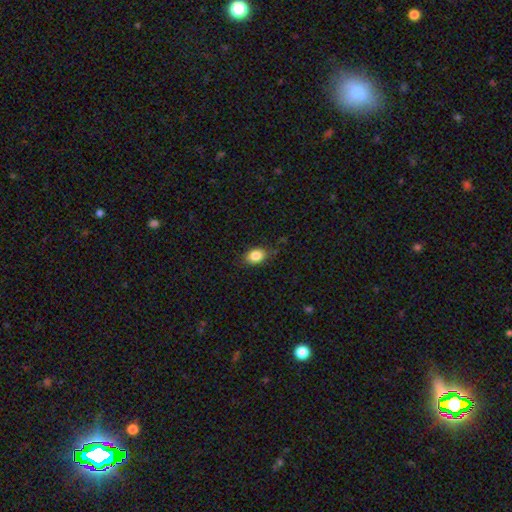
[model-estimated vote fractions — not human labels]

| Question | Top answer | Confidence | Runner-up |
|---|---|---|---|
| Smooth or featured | smooth | 86% | star or artifact (9%) |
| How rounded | in between | 73% | round (25%) |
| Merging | none | 80% | minor disturbance (15%) |